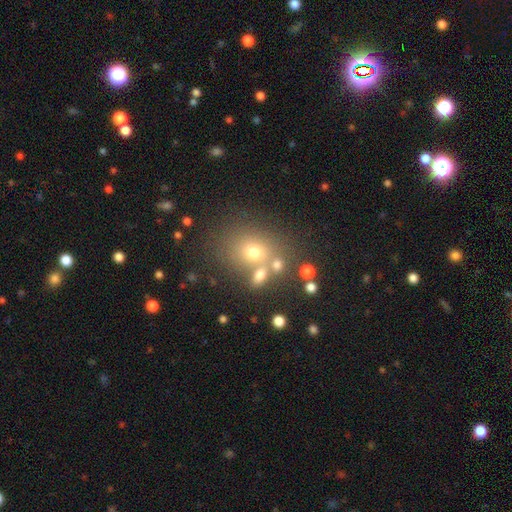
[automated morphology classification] This is possibly a smooth galaxy (58%). How rounded: likely round (68%). Merging: possibly none (58%).